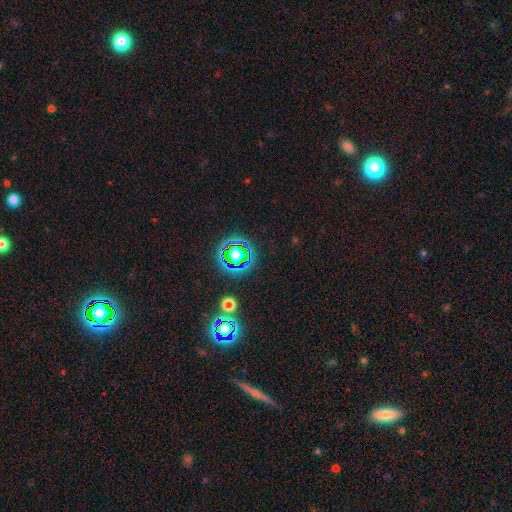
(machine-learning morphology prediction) This is likely a star or artifact rather than a galaxy (69%).